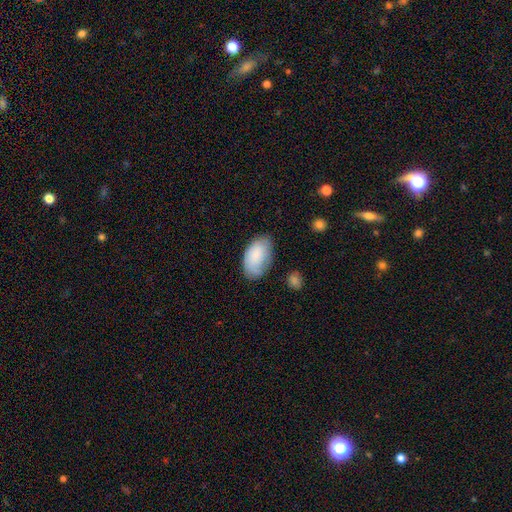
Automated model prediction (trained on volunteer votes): smooth_or_featured: smooth (p=0.80) [alt: featured or disk p=0.13]
how_rounded: in between (p=0.95) [alt: round p=0.04]
merging: none (p=0.67) [alt: minor disturbance p=0.24]